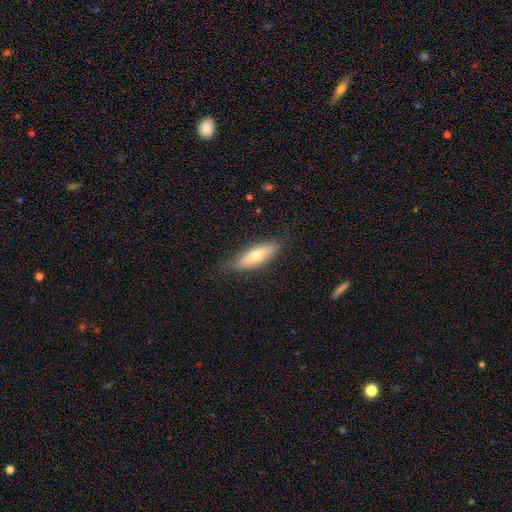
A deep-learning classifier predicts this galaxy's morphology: smooth 62%, featured or disk 31%, star or artifact 6%. Down the decision tree: how rounded — cigar-shaped (50%); merging — none (81%).